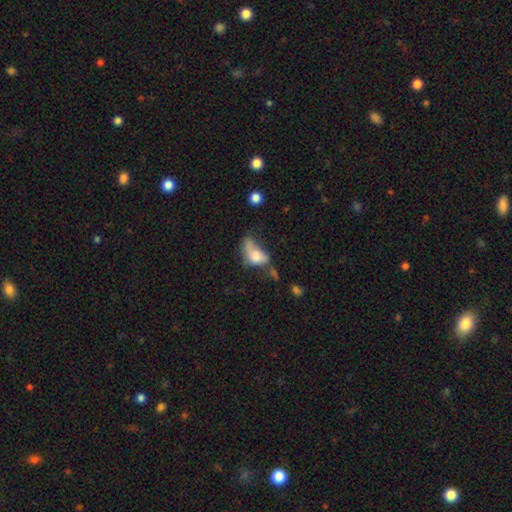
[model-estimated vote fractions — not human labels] smooth 65%, featured or disk 25%, star or artifact 10%. Down the decision tree: how rounded — in between (85%); merging — major disturbance (38%).